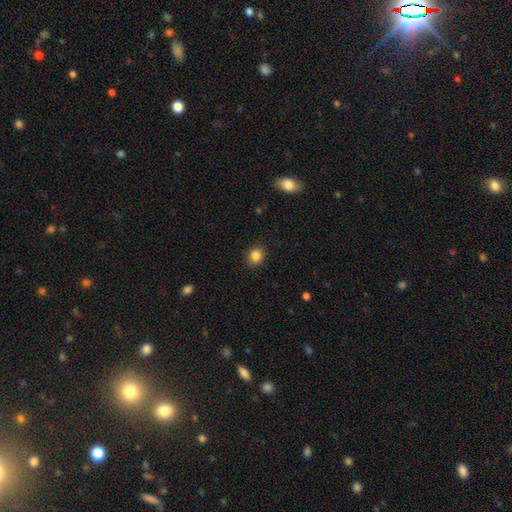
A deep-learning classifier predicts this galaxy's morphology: smooth_or_featured: smooth (p=0.86) [alt: star or artifact p=0.10]
how_rounded: round (p=0.60) [alt: in between p=0.39]
merging: none (p=0.86) [alt: minor disturbance p=0.10]